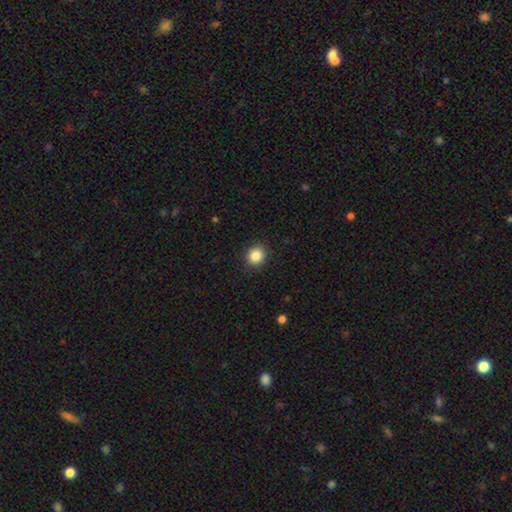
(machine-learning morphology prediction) Smooth or featured? Predicted: smooth (p=0.86). How rounded? Predicted: round (p=0.81). Merging? Predicted: none (p=0.91).